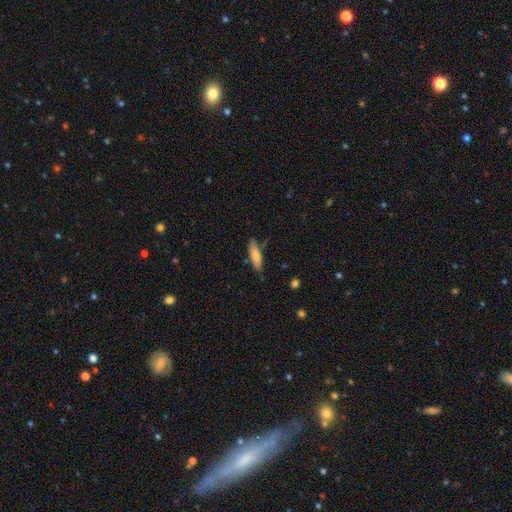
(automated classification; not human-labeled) smooth-or-featured: smooth: 71% | featured or disk: 22% | star or artifact: 6%
  how-rounded: cigar-shaped: 64% | in between: 34% | round: 2%
  merging: none: 77% | minor disturbance: 16% | merger: 4% | major disturbance: 3%